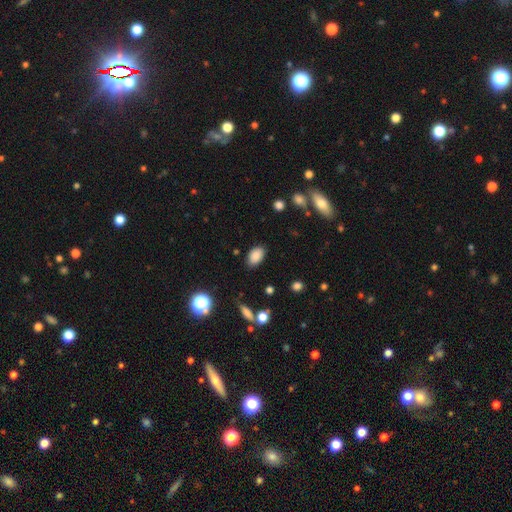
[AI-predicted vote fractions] smooth_or_featured: smooth (p=0.86) [alt: star or artifact p=0.09]
how_rounded: in between (p=0.90) [alt: round p=0.08]
merging: none (p=0.85) [alt: minor disturbance p=0.10]